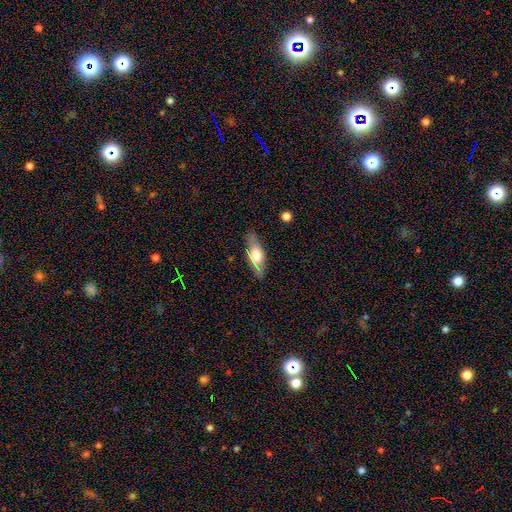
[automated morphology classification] Q: Smooth or featured?
A: smooth (49%); runner-up: featured or disk (45%)
Q: Merging?
A: none (83%); runner-up: minor disturbance (13%)